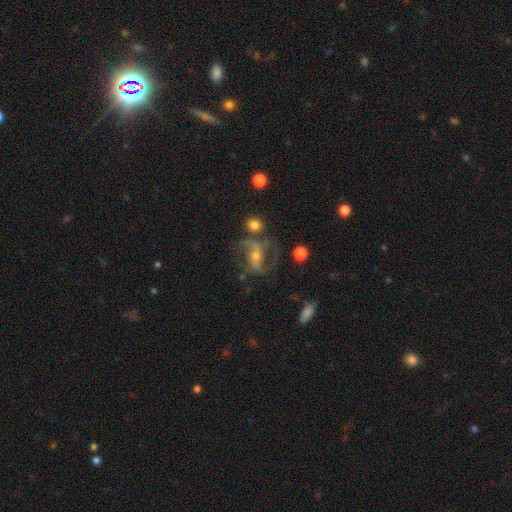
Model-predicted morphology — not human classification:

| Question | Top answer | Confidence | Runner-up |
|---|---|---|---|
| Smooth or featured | featured or disk | 84% | star or artifact (8%) |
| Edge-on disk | no | 96% | yes (4%) |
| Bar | strong | 38% | weak (35%) |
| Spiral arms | yes | 95% | no (5%) |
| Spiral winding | medium | 47% | loose (40%) |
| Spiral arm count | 2 | 84% | can't tell (5%) |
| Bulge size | moderate | 50% | small (44%) |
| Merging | none | 63% | minor disturbance (17%) |